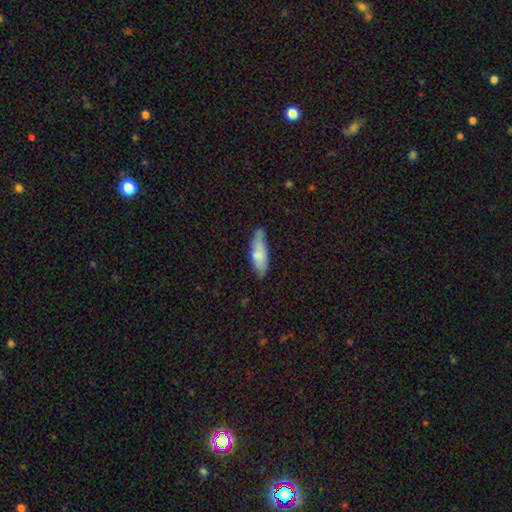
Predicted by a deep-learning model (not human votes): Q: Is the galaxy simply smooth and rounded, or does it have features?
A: smooth — 72%.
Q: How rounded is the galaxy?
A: in between — 56%.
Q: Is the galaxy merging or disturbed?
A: none — 59%.